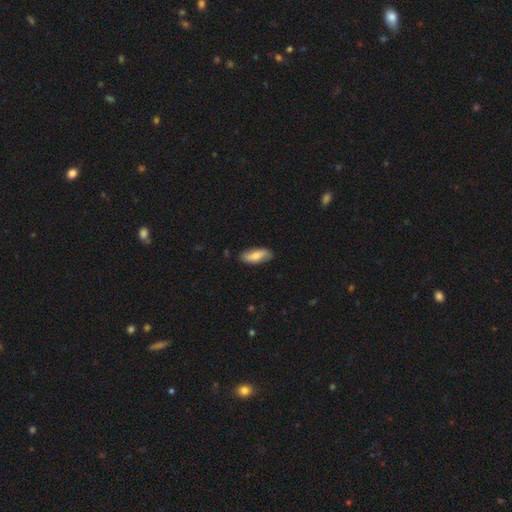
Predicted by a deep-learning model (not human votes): smooth 72%, featured or disk 22%, star or artifact 6%. Down the decision tree: how rounded — in between (74%); merging — none (83%).